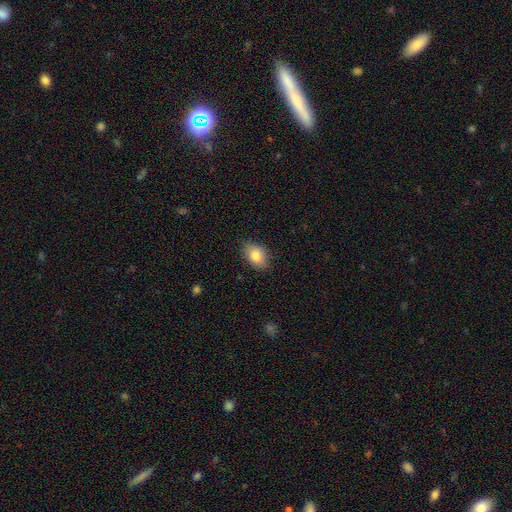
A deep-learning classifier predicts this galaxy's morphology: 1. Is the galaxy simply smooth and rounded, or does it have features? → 83% smooth, 9% featured or disk, 8% star or artifact.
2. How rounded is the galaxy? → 83% in between, 16% round, 1% cigar-shaped.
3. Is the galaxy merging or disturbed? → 84% none, 12% minor disturbance, 3% major disturbance, 1% merger.